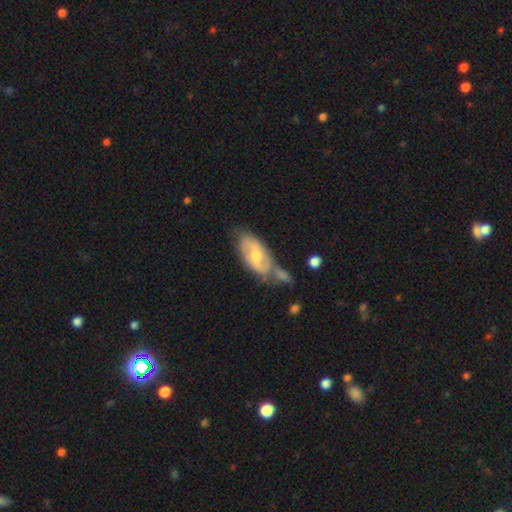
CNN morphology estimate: Q: Smooth or featured?
A: featured or disk (62%); runner-up: smooth (33%)
Q: Edge-on disk?
A: no (92%); runner-up: yes (8%)
Q: Bar?
A: weak (49%); runner-up: no (32%)
Q: Spiral arms?
A: yes (81%); runner-up: no (19%)
Q: Bulge size?
A: small (51%); runner-up: moderate (44%)
Q: Merging?
A: none (44%); runner-up: merger (24%)